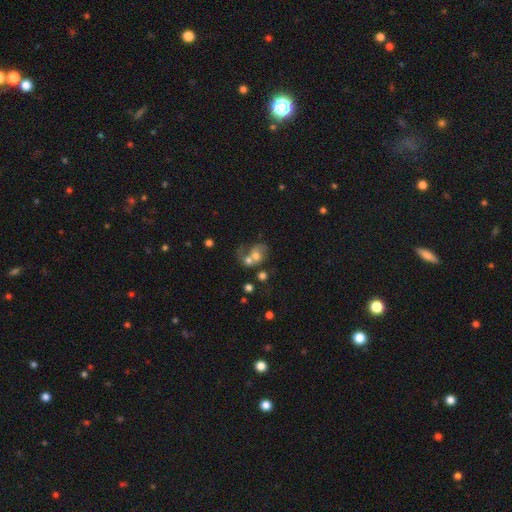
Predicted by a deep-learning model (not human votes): Smooth or featured? Predicted: featured or disk (p=0.49). Merging? Predicted: merger (p=0.55).